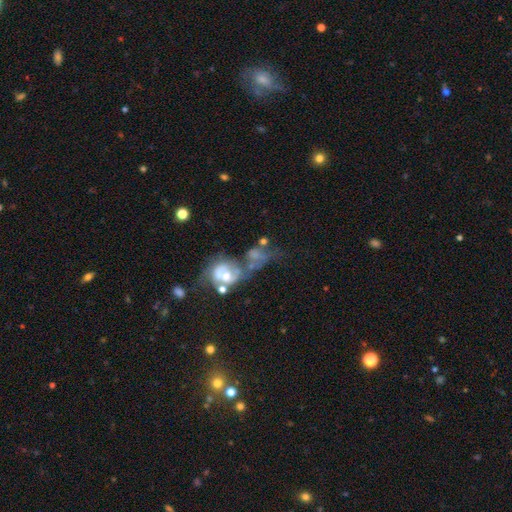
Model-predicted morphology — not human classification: This appears to be a featured or disk galaxy (50%). Merging: merger (44%).